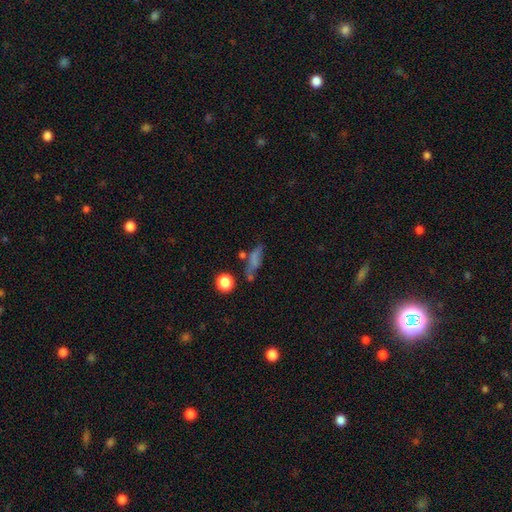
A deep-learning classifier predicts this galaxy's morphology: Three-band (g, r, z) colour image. It shows a smooth galaxy with no disk features (51%) that is cigar-shaped (62%). Merging: none (63%).